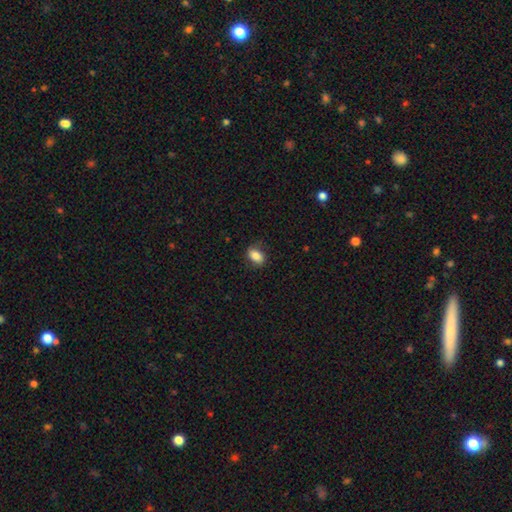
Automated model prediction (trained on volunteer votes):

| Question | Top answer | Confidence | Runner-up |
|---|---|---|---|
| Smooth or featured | smooth | 79% | featured or disk (13%) |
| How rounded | in between | 82% | round (16%) |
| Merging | none | 76% | minor disturbance (18%) |